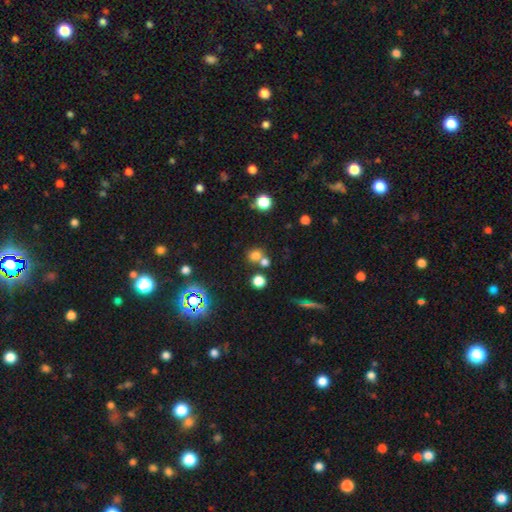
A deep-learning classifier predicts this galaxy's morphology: smooth-or-featured: smooth: 69% | star or artifact: 23% | featured or disk: 9%
  how-rounded: round: 79% | in between: 20% | cigar-shaped: 1%
  merging: none: 54% | merger: 35% | minor disturbance: 7% | major disturbance: 4%